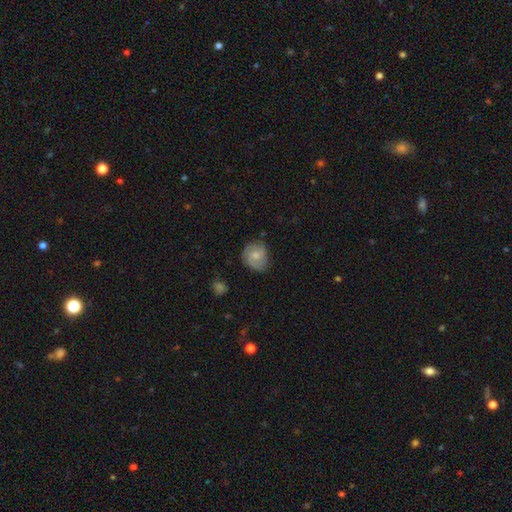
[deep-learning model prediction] Smooth or featured? Predicted: smooth (p=0.61). How rounded? Predicted: round (p=0.72). Merging? Predicted: none (p=0.63).